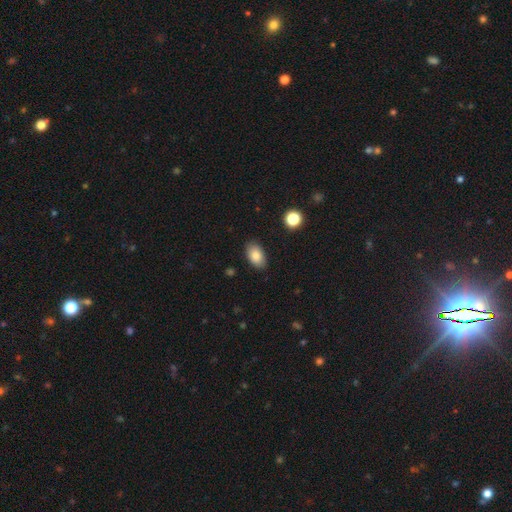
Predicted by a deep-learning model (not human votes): smooth 85%, star or artifact 8%, featured or disk 8%. Down the decision tree: how rounded — in between (92%); merging — none (85%).